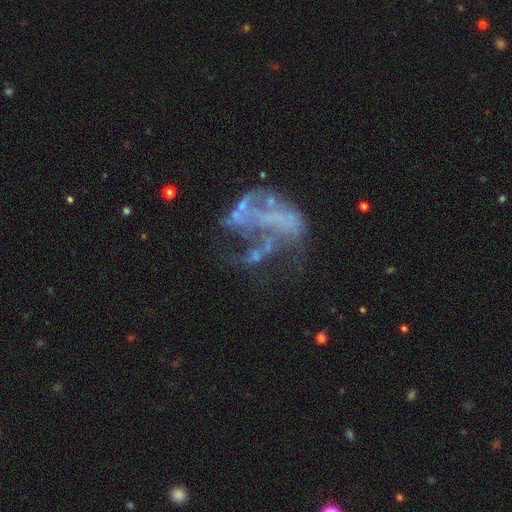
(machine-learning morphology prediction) Smooth or featured: featured or disk — 68% (star or artifact — 18%)
Edge-on disk: no — 98% (yes — 2%)
Bar: no — 81% (weak — 12%)
Spiral arms: no — 77% (yes — 23%)
Bulge size: none — 80% (small — 11%)
Merging: major disturbance — 45% (none — 30%)